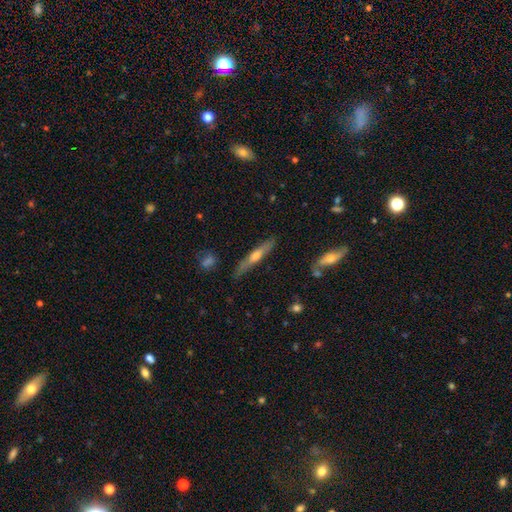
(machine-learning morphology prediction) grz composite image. It shows a featured or disk galaxy (56%) viewed edge-on (92%) with a rounded central bulge (80%). Merging: none (84%).